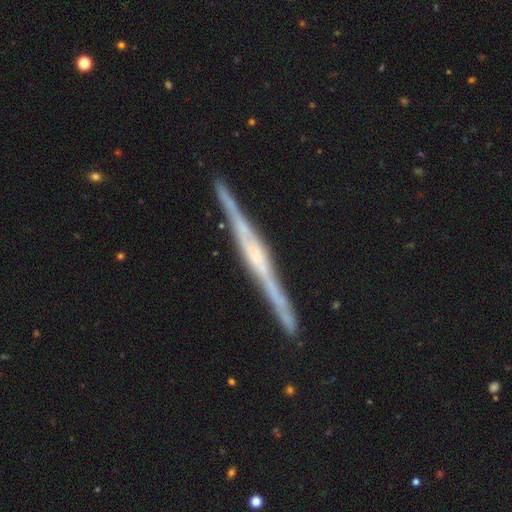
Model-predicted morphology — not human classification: Smooth or featured? featured or disk (85%)
Edge-on disk? yes (98%)
Edge-on bulge? rounded (38%)
Merging? none (91%)